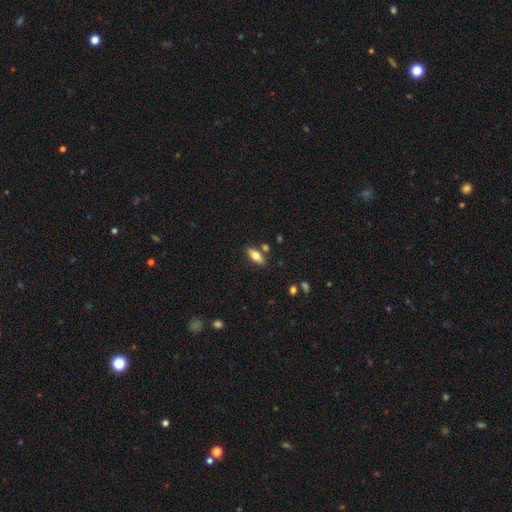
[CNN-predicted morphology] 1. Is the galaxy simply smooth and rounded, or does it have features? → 68% smooth, 25% featured or disk, 7% star or artifact.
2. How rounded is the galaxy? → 70% in between, 27% cigar-shaped, 3% round.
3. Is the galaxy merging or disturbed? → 79% none, 11% minor disturbance, 7% merger, 3% major disturbance.